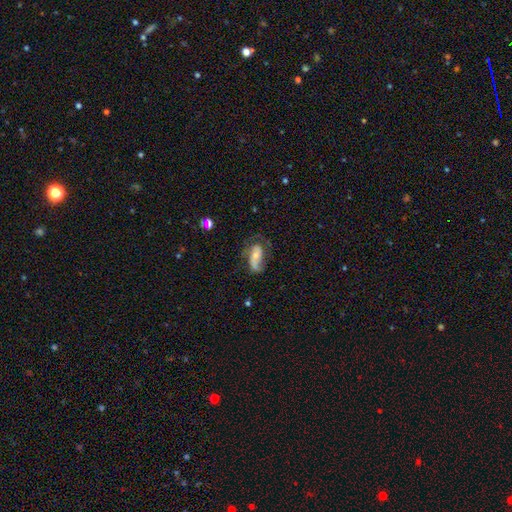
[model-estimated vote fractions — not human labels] Morphology: type=featured or disk (60%); edge-on=no (93%); bar=no (66%); spiral arms=yes (77%); bulge=moderate (48%); merging=none (46%).